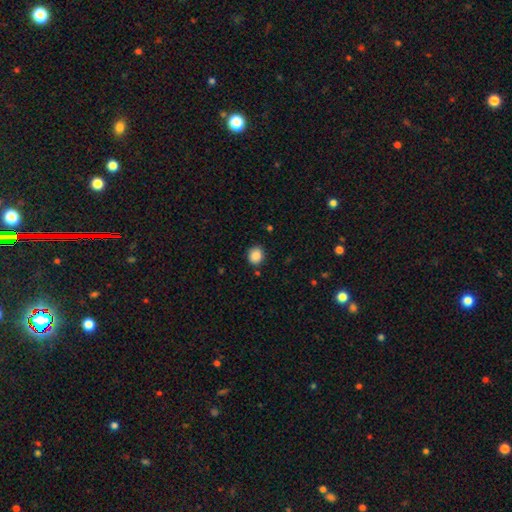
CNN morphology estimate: smooth-or-featured: smooth: 88% | star or artifact: 9% | featured or disk: 3%
  how-rounded: round: 79% | in between: 20% | cigar-shaped: 1%
  merging: none: 84% | minor disturbance: 11% | major disturbance: 3% | merger: 2%